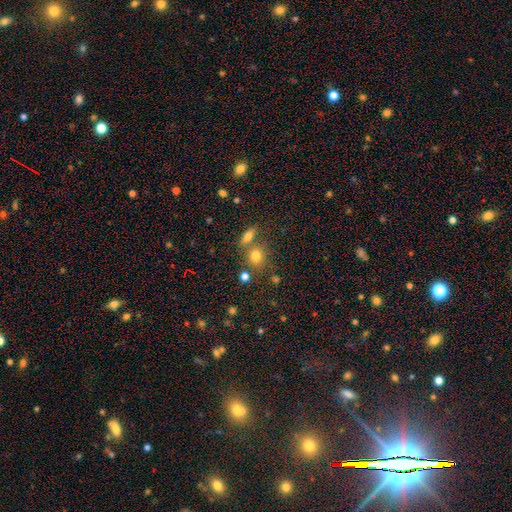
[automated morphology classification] smooth-or-featured: smooth: 74% | star or artifact: 15% | featured or disk: 11%
  how-rounded: round: 63% | in between: 34% | cigar-shaped: 3%
  merging: none: 58% | merger: 28% | minor disturbance: 10% | major disturbance: 4%